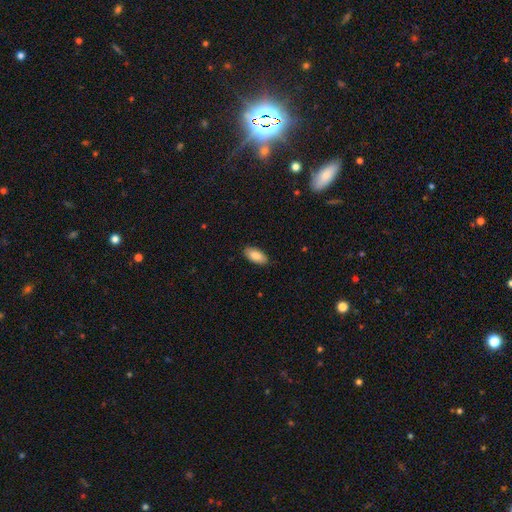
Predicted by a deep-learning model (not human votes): A smooth galaxy with no disk features (88%) that is in between round and cigar-shaped (93%). Merging: none (88%).